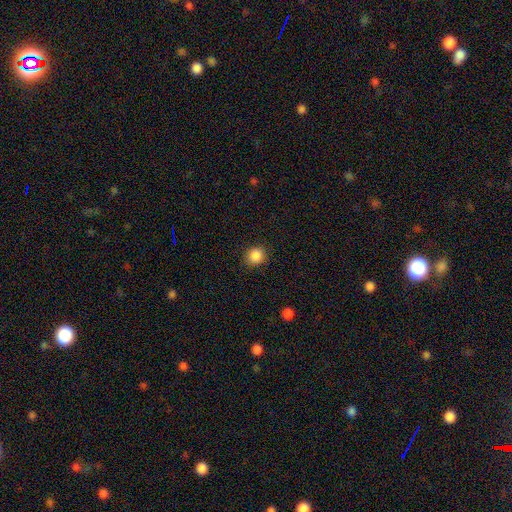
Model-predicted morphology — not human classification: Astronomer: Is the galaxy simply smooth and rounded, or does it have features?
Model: smooth — 87%.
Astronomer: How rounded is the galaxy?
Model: round — 81%.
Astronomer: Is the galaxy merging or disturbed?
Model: none — 88%.